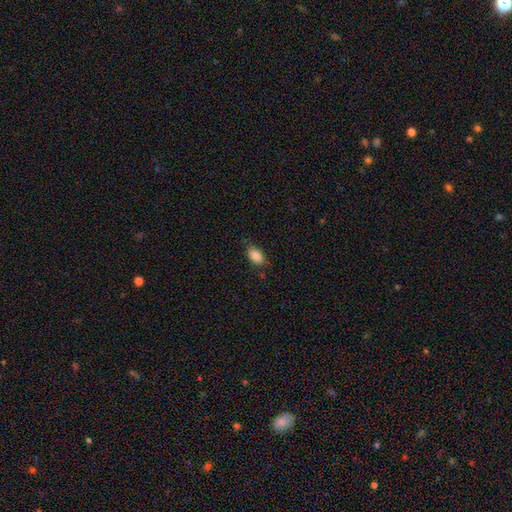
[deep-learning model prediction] This is clearly a smooth galaxy (86%). How rounded: clearly in between (91%). Merging: likely none (79%).